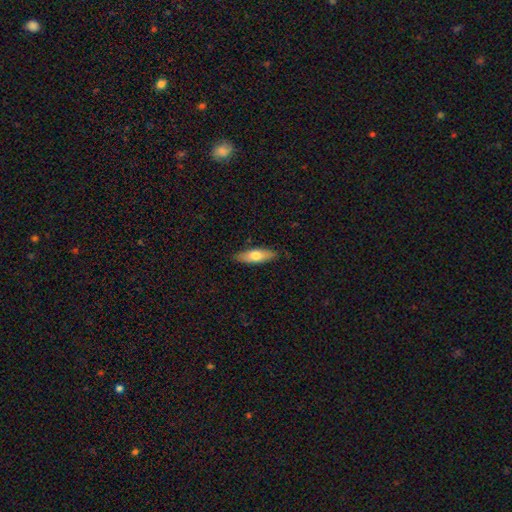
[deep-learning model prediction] The model was most divided on "how rounded": in between: 54%, cigar-shaped: 44%, round: 2%. More confident: merging — none (87%); smooth or featured — smooth (66%).